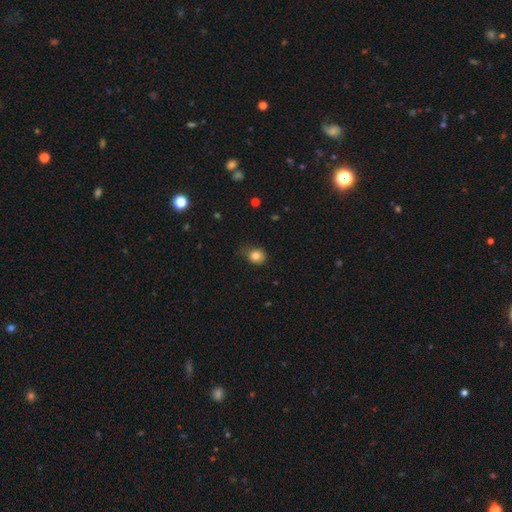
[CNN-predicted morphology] type=smooth (83%); roundness=round (66%); merging=none (65%).